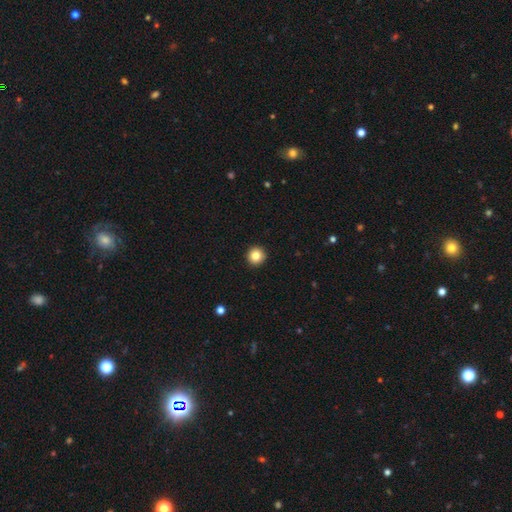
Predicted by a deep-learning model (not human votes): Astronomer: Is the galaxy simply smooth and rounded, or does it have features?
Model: smooth — 84%.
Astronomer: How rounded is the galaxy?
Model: round — 96%.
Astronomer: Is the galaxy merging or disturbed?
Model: none — 93%.